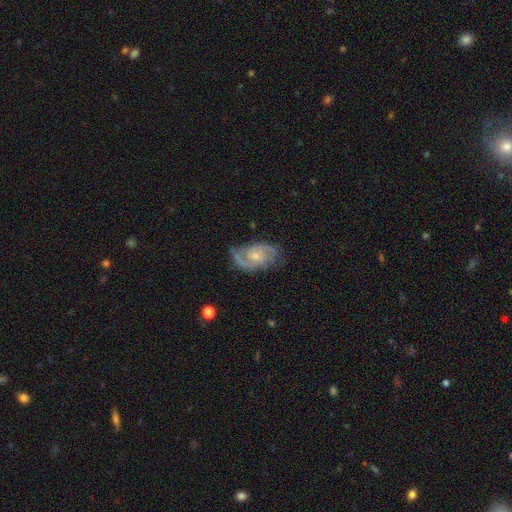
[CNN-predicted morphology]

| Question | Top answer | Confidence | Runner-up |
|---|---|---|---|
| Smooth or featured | featured or disk | 87% | smooth (8%) |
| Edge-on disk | no | 97% | yes (3%) |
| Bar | no | 59% | weak (35%) |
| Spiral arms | yes | 97% | no (3%) |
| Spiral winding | medium | 52% | tight (32%) |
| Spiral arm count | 2 | 84% | can't tell (6%) |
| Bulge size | small | 61% | moderate (32%) |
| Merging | none | 71% | minor disturbance (19%) |